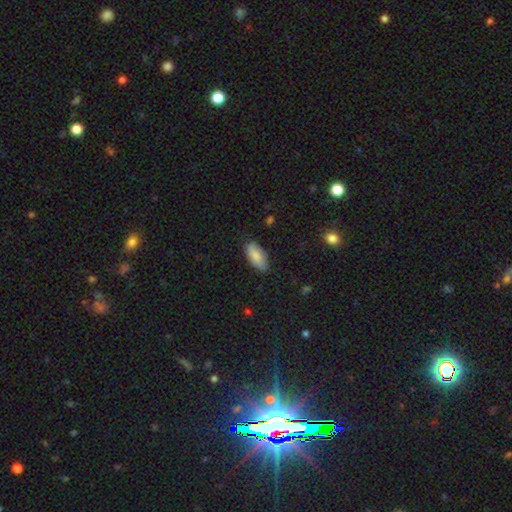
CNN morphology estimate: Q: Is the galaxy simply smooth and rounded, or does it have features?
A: smooth — 83%.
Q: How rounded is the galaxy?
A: in between — 90%.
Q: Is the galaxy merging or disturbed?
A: none — 80%.